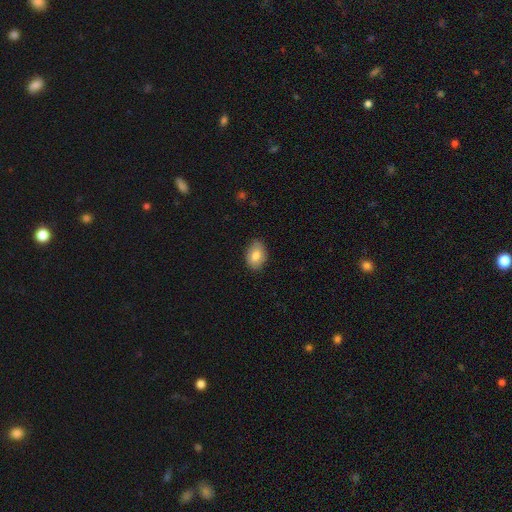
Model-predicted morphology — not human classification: Smooth or featured? smooth (81%)
How rounded? in between (82%)
Merging? none (84%)